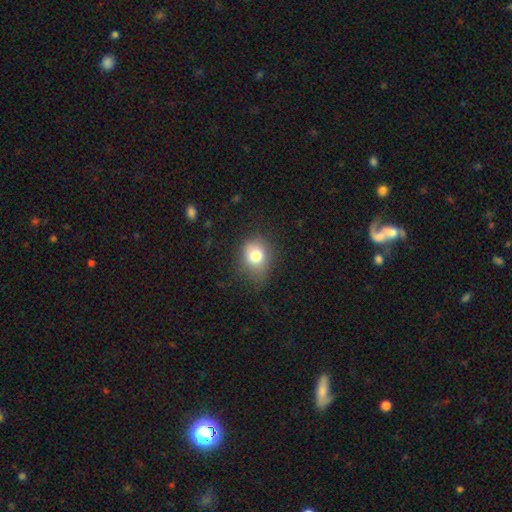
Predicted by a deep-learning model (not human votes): smooth-or-featured: smooth: 78% | star or artifact: 11% | featured or disk: 11%
  how-rounded: round: 56% | in between: 43% | cigar-shaped: 1%
  merging: none: 61% | minor disturbance: 27% | major disturbance: 10% | merger: 2%